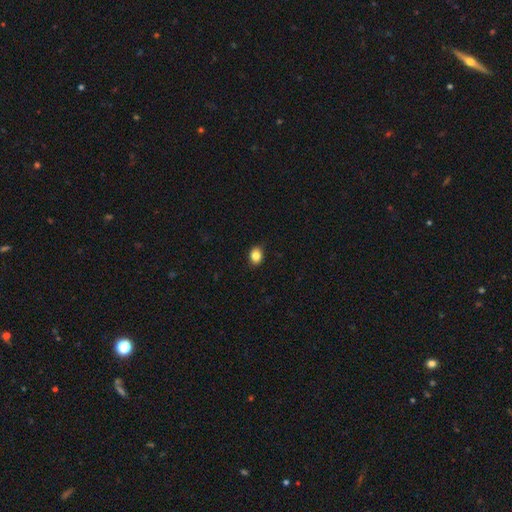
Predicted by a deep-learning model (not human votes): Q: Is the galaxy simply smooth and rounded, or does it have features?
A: smooth — 85%.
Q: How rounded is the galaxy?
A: in between — 63%.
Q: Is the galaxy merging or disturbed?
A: none — 87%.